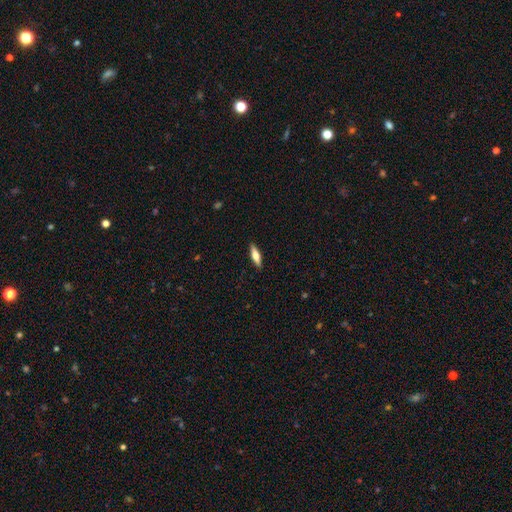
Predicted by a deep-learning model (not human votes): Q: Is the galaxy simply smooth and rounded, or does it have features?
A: smooth — 58%.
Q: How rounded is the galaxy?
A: cigar-shaped — 59%.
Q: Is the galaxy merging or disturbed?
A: none — 90%.